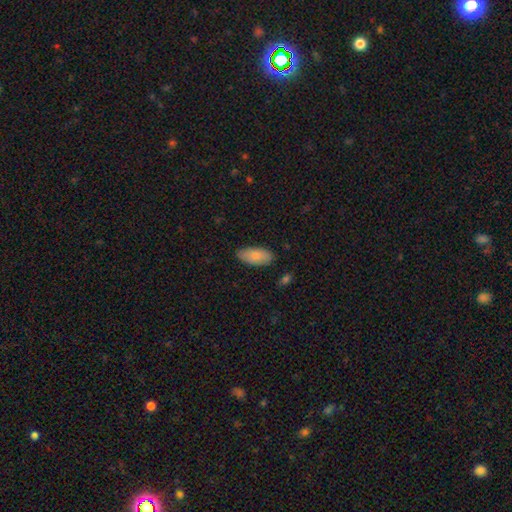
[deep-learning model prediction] Smooth or featured?
  - smooth: 81% *
  - featured or disk: 13%
  - star or artifact: 6%
How rounded?
  - in between: 92% *
  - cigar-shaped: 6%
  - round: 2%
Merging?
  - none: 83% *
  - minor disturbance: 13%
  - major disturbance: 2%
  - merger: 1%